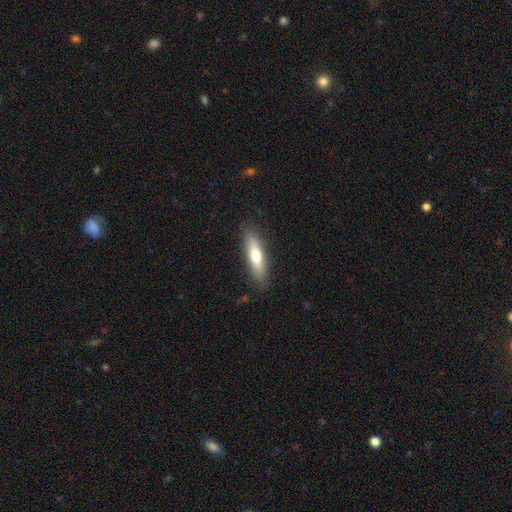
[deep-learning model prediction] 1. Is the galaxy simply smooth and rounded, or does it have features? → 68% smooth, 26% featured or disk, 6% star or artifact.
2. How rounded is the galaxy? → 64% cigar-shaped, 34% in between, 2% round.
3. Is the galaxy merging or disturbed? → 85% none, 11% minor disturbance, 3% major disturbance, 1% merger.